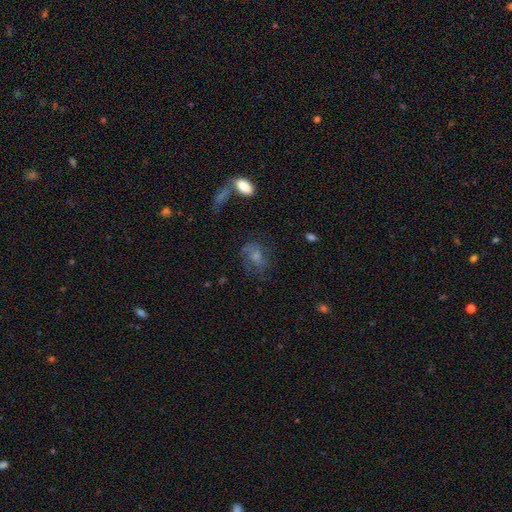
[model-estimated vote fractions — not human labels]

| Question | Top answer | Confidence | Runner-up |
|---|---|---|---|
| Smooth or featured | smooth | 47% | featured or disk (39%) |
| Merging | none | 49% | major disturbance (24%) |